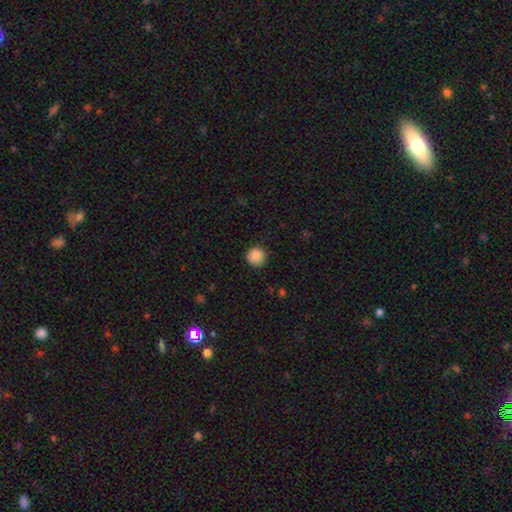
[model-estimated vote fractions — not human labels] This is clearly a smooth galaxy (88%). How rounded: clearly round (95%). Merging: clearly none (90%).